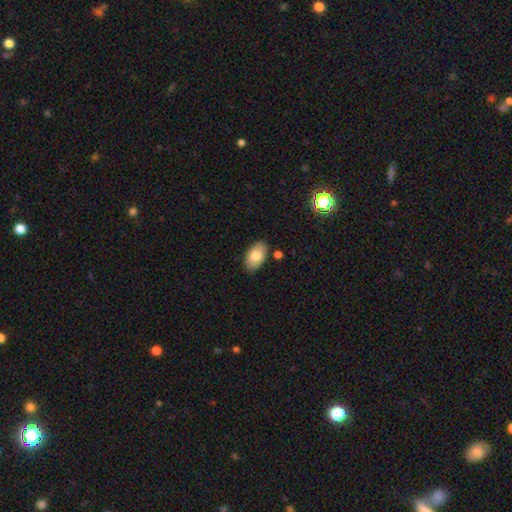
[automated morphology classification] Smooth or featured?
  - smooth: 81% *
  - featured or disk: 12%
  - star or artifact: 7%
How rounded?
  - in between: 94% *
  - round: 4%
  - cigar-shaped: 2%
Merging?
  - none: 83% *
  - minor disturbance: 11%
  - merger: 3%
  - major disturbance: 2%